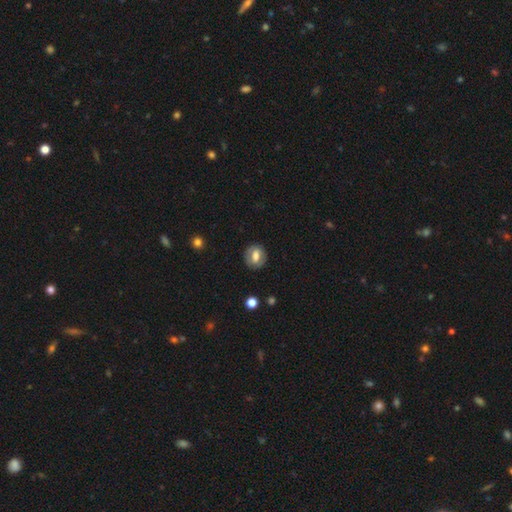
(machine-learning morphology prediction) Smooth or featured? Predicted: smooth (p=0.61). How rounded? Predicted: round (p=0.55). Merging? Predicted: none (p=0.82).